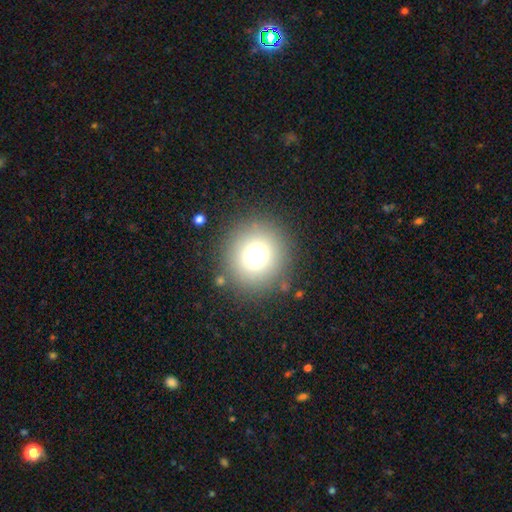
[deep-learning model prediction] A smooth galaxy with no disk features (73%) that is round (94%).

Vote fractions:
- Smooth or featured? smooth: 73% / star or artifact: 18% / featured or disk: 10%
- How rounded? round: 94% / in between: 5% / cigar-shaped: 1%
- Merging? none: 87% / minor disturbance: 7% / major disturbance: 4% / merger: 2%